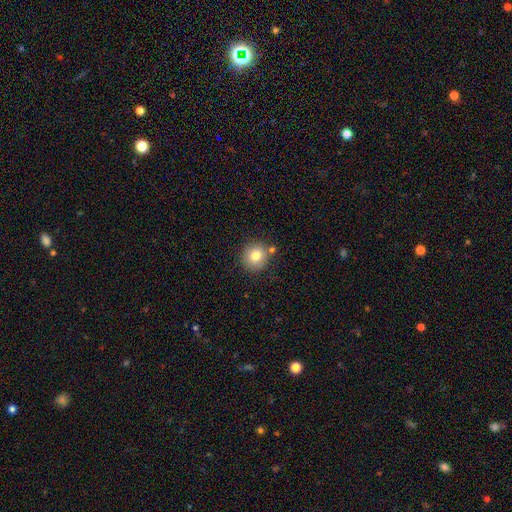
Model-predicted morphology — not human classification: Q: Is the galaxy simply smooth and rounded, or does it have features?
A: smooth — 79%.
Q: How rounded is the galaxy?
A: round — 90%.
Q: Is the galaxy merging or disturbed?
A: none — 78%.